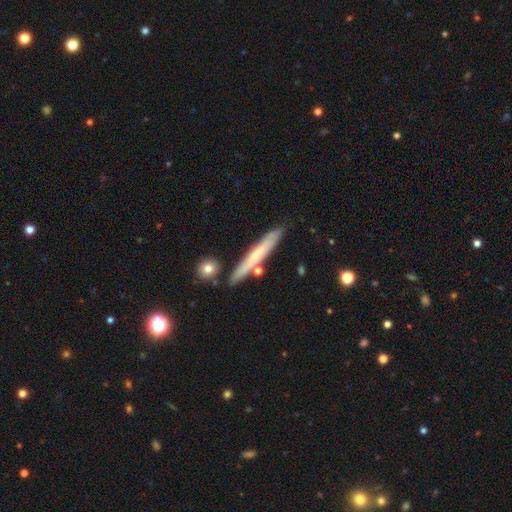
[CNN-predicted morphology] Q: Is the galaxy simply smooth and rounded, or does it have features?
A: smooth — 47%.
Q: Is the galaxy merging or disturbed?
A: none — 81%.